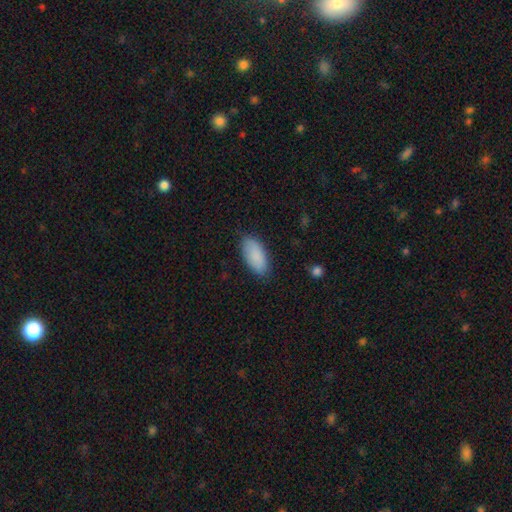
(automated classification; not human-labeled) smooth-or-featured: smooth: 88% | star or artifact: 6% | featured or disk: 6%
  how-rounded: in between: 92% | cigar-shaped: 6% | round: 2%
  merging: none: 83% | minor disturbance: 13% | major disturbance: 3% | merger: 1%